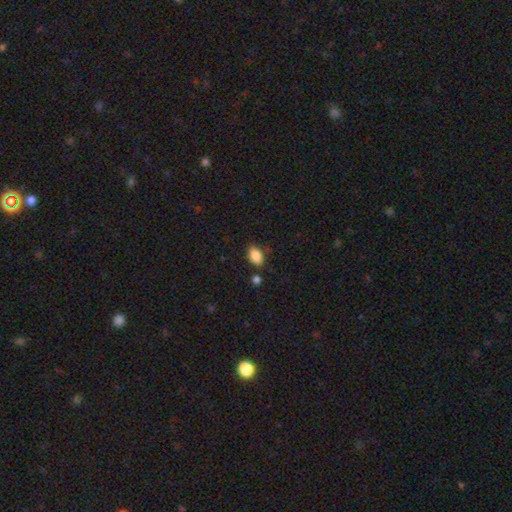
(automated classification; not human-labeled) Smooth or featured: smooth — 87% (star or artifact — 8%)
How rounded: in between — 90% (round — 8%)
Merging: none — 78% (minor disturbance — 14%)